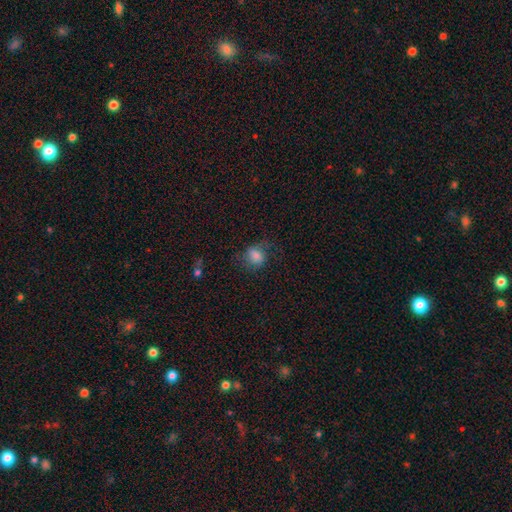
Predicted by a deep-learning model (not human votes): This appears to be a smooth galaxy with no disk features (75%) that is in between round and cigar-shaped (50%). Merging: none (57%).